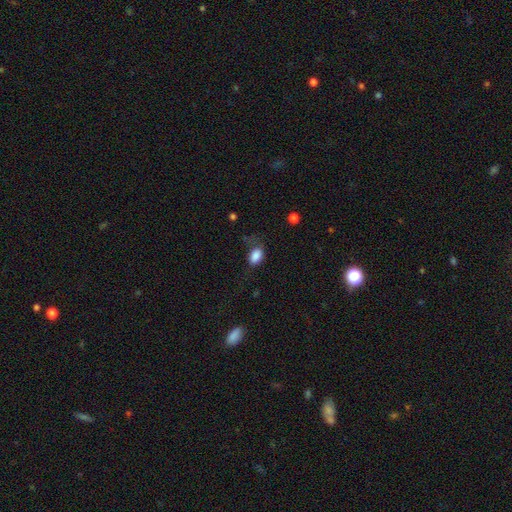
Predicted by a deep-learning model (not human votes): This appears to be a smooth galaxy with no disk features (86%) that is in between round and cigar-shaped (85%). Merging: none (52%).